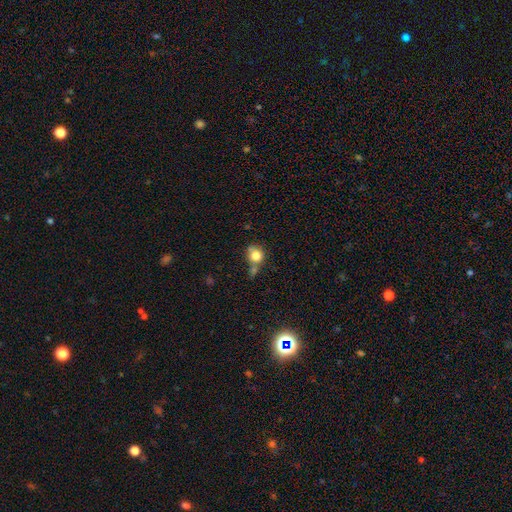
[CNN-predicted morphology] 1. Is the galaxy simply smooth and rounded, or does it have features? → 79% smooth, 11% featured or disk, 10% star or artifact.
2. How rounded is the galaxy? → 76% round, 23% in between, 1% cigar-shaped.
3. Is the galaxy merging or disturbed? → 40% none, 33% merger, 19% minor disturbance, 9% major disturbance.